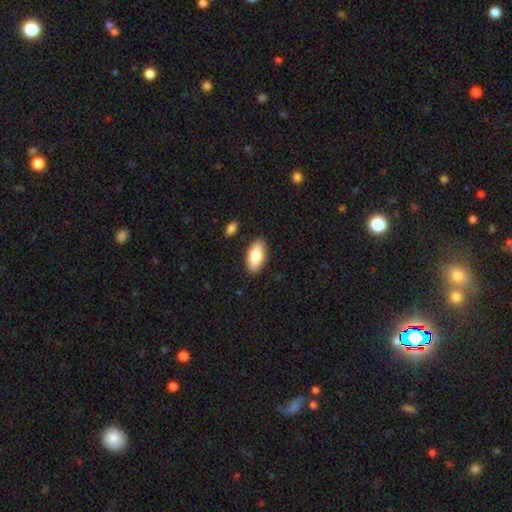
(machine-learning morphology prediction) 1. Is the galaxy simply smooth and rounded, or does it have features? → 82% smooth, 12% featured or disk, 6% star or artifact.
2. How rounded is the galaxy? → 91% in between, 6% cigar-shaped, 3% round.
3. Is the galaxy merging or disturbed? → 87% none, 9% minor disturbance, 2% major disturbance, 2% merger.